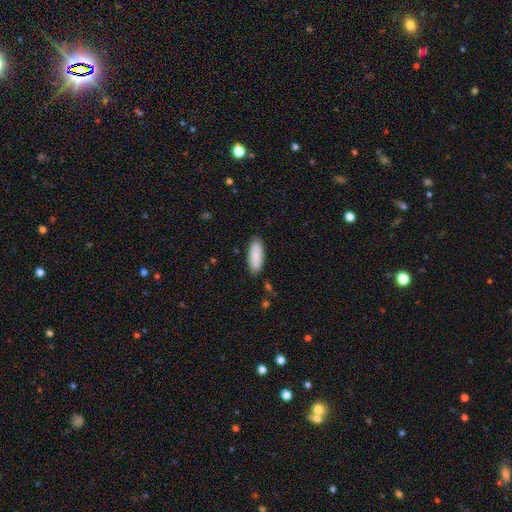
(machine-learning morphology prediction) type=smooth (87%); roundness=in between (75%); merging=none (86%).